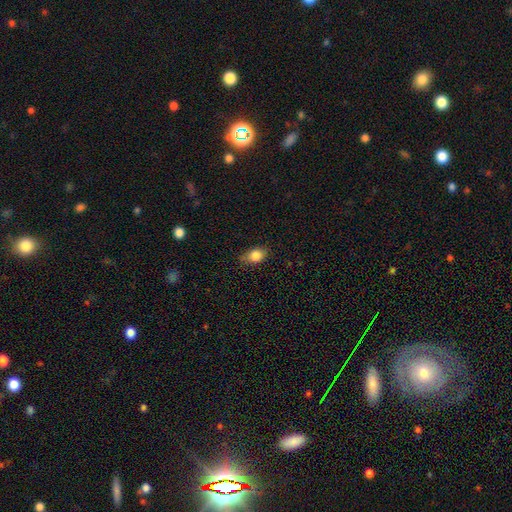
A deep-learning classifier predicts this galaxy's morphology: smooth_or_featured: smooth (p=0.83) [alt: star or artifact p=0.09]
how_rounded: in between (p=0.74) [alt: round p=0.23]
merging: none (p=0.76) [alt: minor disturbance p=0.19]